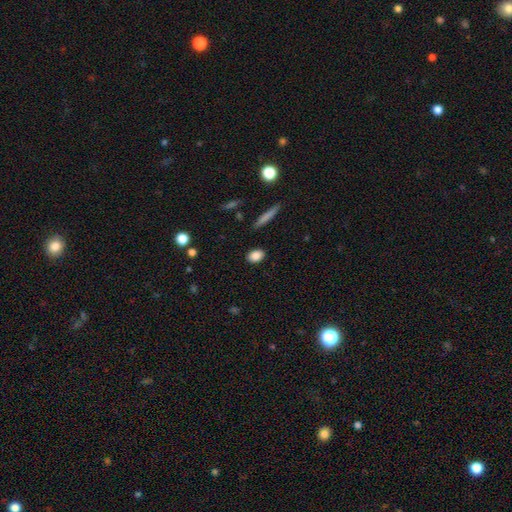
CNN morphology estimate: A smooth galaxy with no disk features (86%) that is in between round and cigar-shaped (74%). Merging: none (88%).